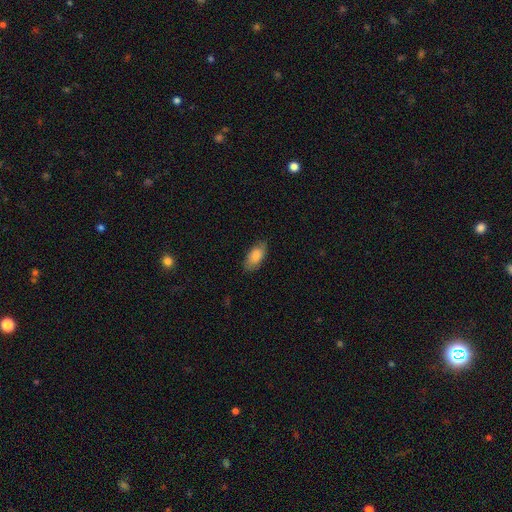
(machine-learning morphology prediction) This is clearly a smooth galaxy (83%). How rounded: clearly in between (92%). Merging: likely none (79%).